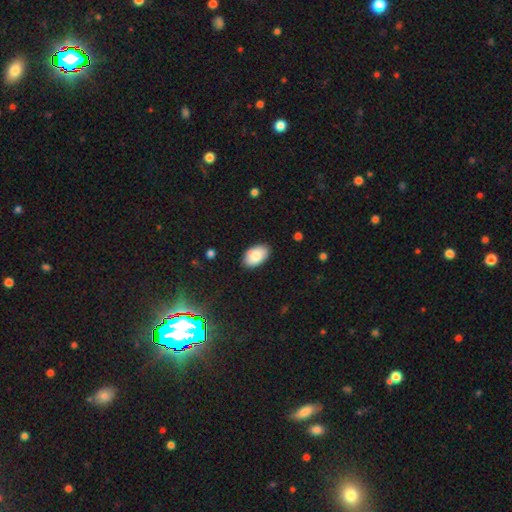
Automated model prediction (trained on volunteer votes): A smooth galaxy with no disk features (85%) that is in between round and cigar-shaped (93%).

Vote fractions:
- Smooth or featured? smooth: 85% / featured or disk: 8% / star or artifact: 7%
- How rounded? in between: 93% / round: 5% / cigar-shaped: 1%
- Merging? none: 86% / minor disturbance: 11% / major disturbance: 2% / merger: 1%